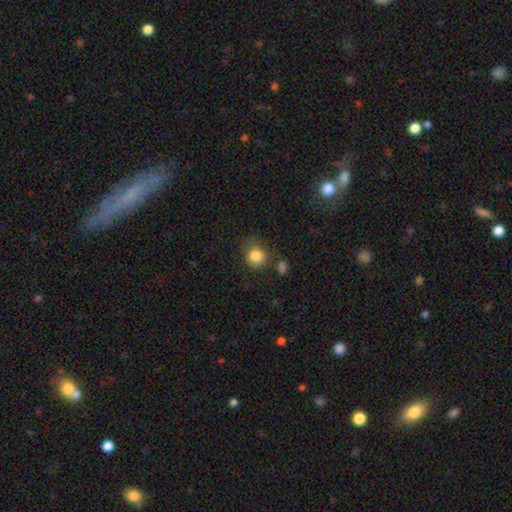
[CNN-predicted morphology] smooth_or_featured: smooth (p=0.84) [alt: star or artifact p=0.09]
how_rounded: round (p=0.81) [alt: in between p=0.18]
merging: none (p=0.60) [alt: minor disturbance p=0.22]